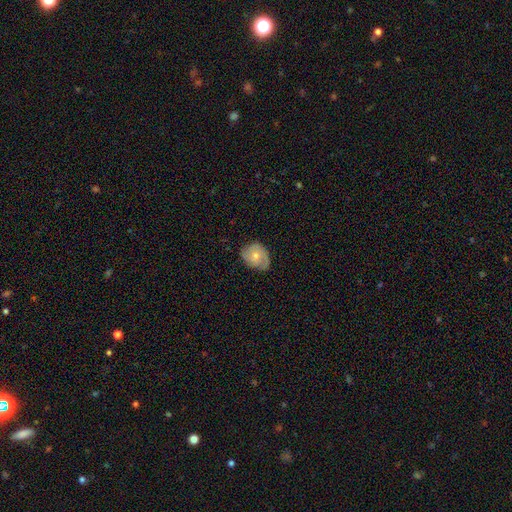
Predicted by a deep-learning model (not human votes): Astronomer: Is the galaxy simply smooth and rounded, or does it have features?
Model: smooth — 47% (runner-up: featured or disk, 46%).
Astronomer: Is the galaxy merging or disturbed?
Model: none — 65%.